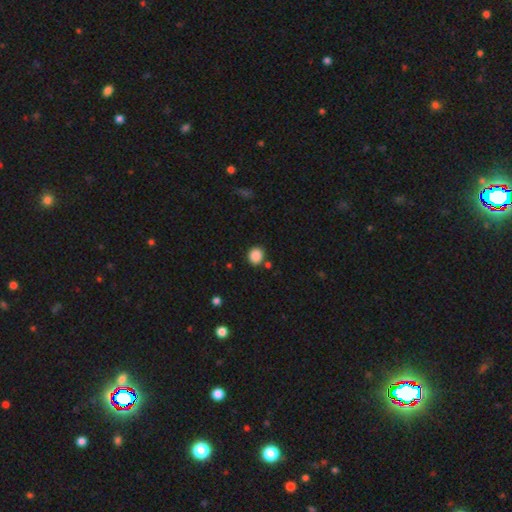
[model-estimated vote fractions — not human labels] Smooth or featured? Predicted: smooth (p=0.87). How rounded? Predicted: round (p=0.78). Merging? Predicted: none (p=0.83).